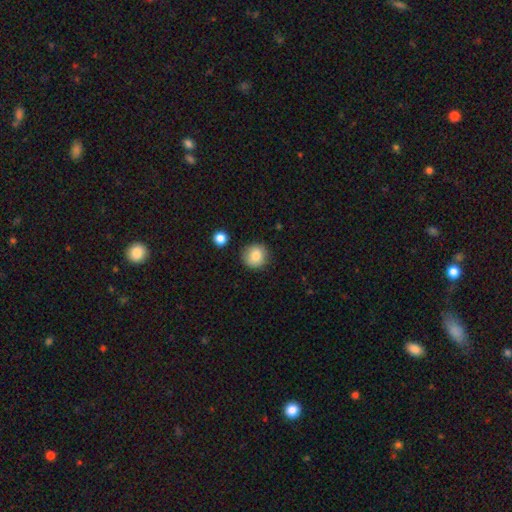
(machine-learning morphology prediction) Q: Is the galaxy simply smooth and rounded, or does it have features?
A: smooth — 84%.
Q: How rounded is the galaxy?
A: round — 93%.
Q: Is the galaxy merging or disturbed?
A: none — 87%.